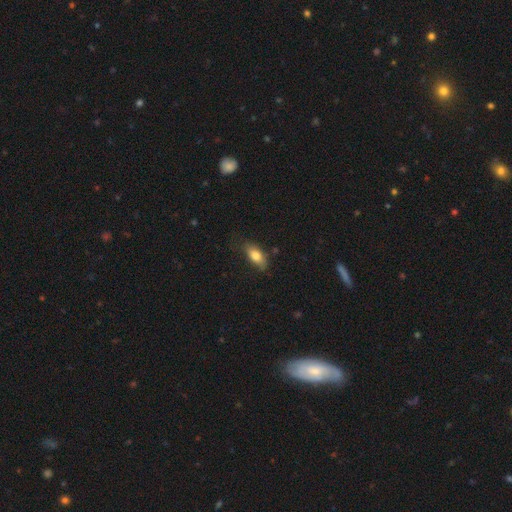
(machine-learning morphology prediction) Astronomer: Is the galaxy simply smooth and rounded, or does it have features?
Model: smooth — 78%.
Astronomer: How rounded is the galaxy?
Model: in between — 86%.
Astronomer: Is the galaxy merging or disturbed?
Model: none — 68%.